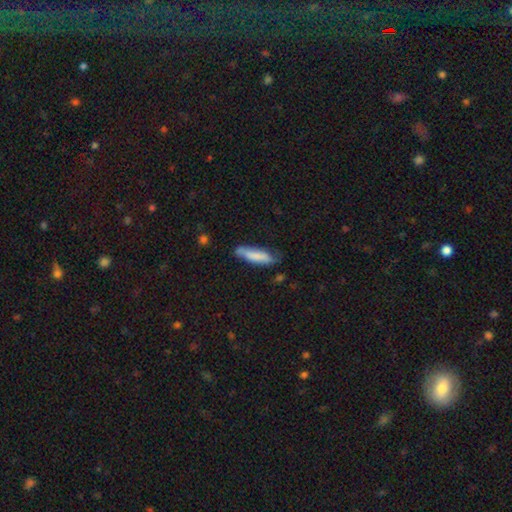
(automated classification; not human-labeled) This appears to be a smooth galaxy with no disk features (74%) that is cigar-shaped (71%). Merging: none (63%).